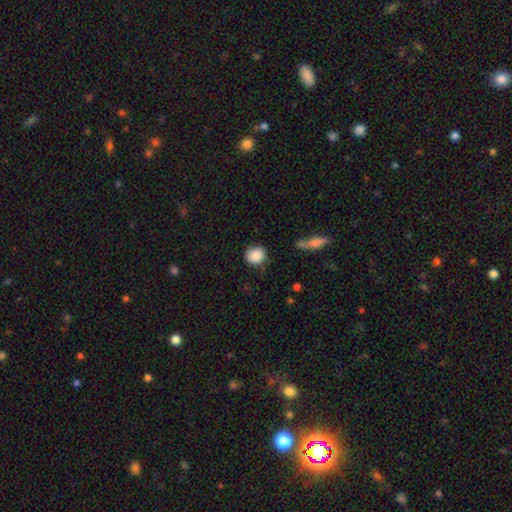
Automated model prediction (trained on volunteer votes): Overall: smooth (87%). How rounded: round (87%). Merging: none (75%).